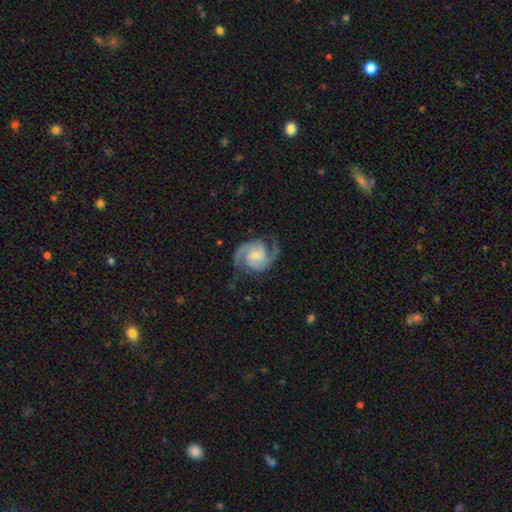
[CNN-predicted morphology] featured or disk 91%, smooth 5%, star or artifact 4%. Down the decision tree: edge-on disk — no (98%); bar — no (55%); spiral arms — yes (98%); spiral arm count — 2 (93%); spiral winding — medium (55%); bulge size — small (62%); merging — none (78%).